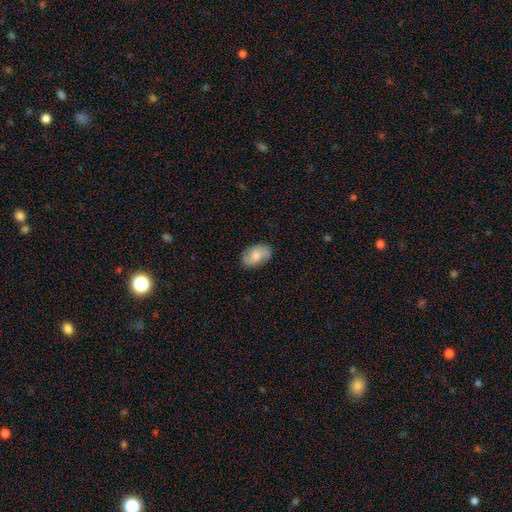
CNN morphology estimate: Smooth or featured?
  - smooth: 59% *
  - featured or disk: 34%
  - star or artifact: 7%
How rounded?
  - in between: 89% *
  - round: 9%
  - cigar-shaped: 2%
Merging?
  - none: 83% *
  - minor disturbance: 13%
  - major disturbance: 3%
  - merger: 1%